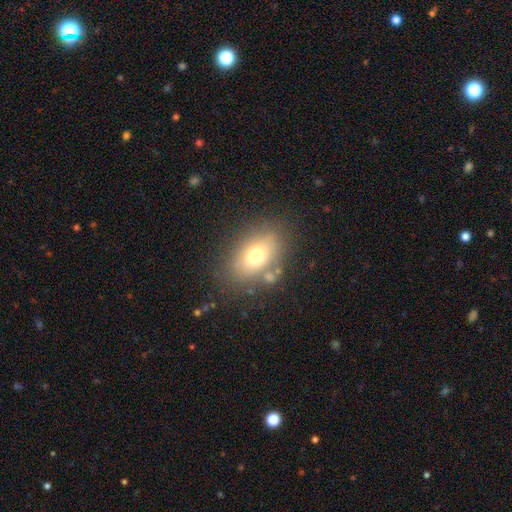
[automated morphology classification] A smooth galaxy with no disk features (72%) that is in between round and cigar-shaped (84%).

Vote fractions:
- Smooth or featured? smooth: 72% / featured or disk: 18% / star or artifact: 10%
- How rounded? in between: 84% / round: 14% / cigar-shaped: 2%
- Merging? none: 73% / minor disturbance: 15% / merger: 7% / major disturbance: 5%